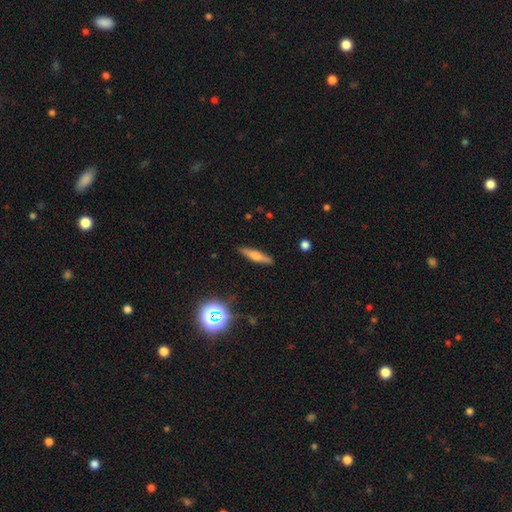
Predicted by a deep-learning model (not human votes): smooth_or_featured: smooth (p=0.54) [alt: featured or disk p=0.37]
how_rounded: cigar-shaped (p=0.81) [alt: in between p=0.16]
merging: none (p=0.88) [alt: minor disturbance p=0.09]